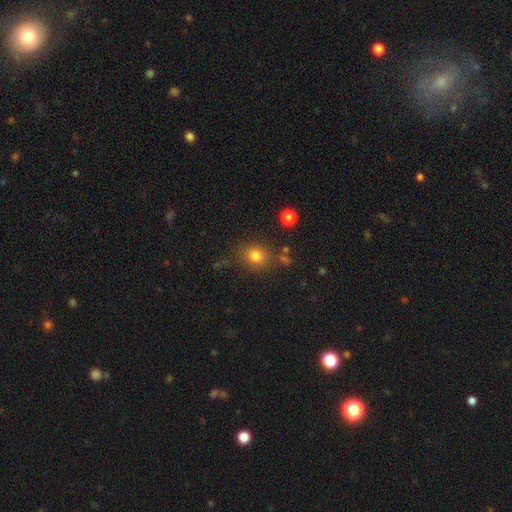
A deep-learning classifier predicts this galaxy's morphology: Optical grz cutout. It shows a smooth galaxy with no disk features (80%) that is round (76%). Merging: none (75%).